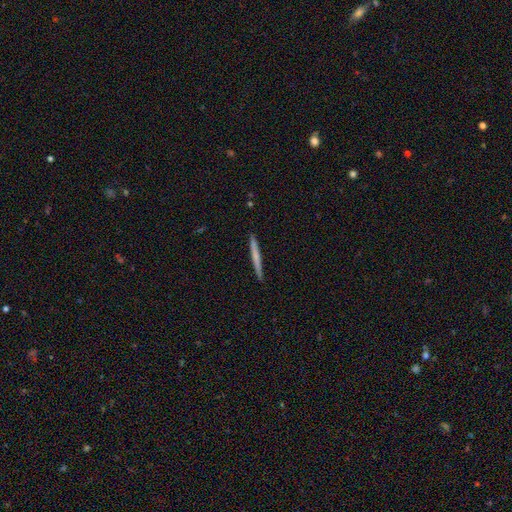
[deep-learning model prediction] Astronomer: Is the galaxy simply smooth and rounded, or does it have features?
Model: smooth — 56% (runner-up: featured or disk, 39%).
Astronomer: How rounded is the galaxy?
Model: cigar-shaped — 97%.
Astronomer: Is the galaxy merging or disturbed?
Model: none — 92%.